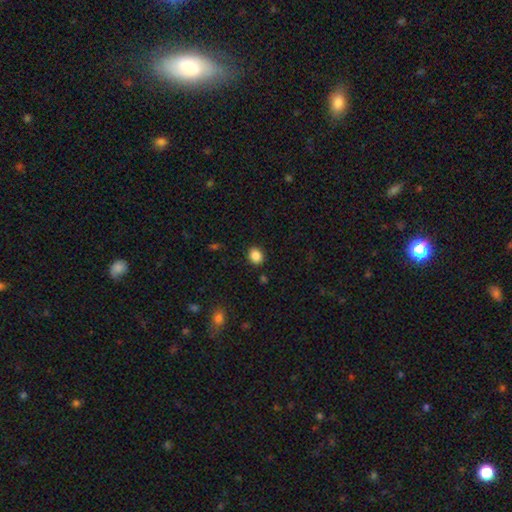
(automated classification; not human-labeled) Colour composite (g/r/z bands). It shows a smooth galaxy with no disk features (86%) that is round (69%). Merging: none (90%).